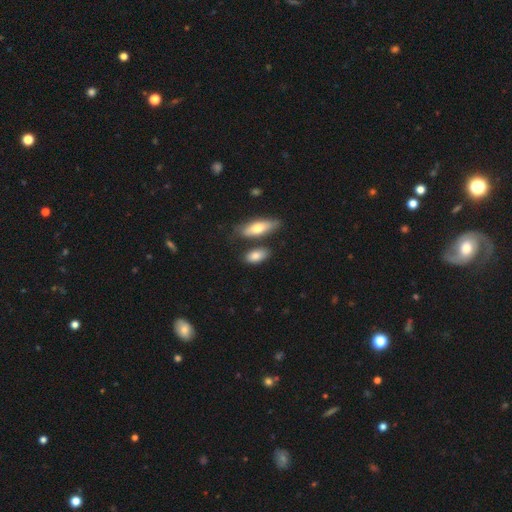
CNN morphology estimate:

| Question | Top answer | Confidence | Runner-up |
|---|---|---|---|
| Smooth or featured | smooth | 78% | featured or disk (15%) |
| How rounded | in between | 82% | cigar-shaped (13%) |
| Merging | none | 69% | merger (14%) |